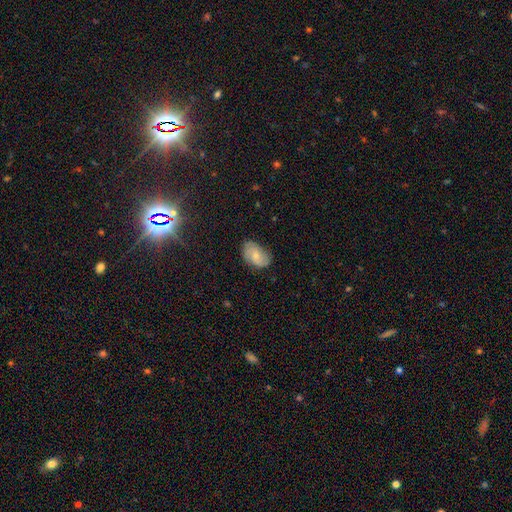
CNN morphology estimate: Q: Smooth or featured?
A: smooth (55%); runner-up: featured or disk (38%)
Q: How rounded?
A: in between (88%); runner-up: round (10%)
Q: Merging?
A: none (69%); runner-up: minor disturbance (24%)